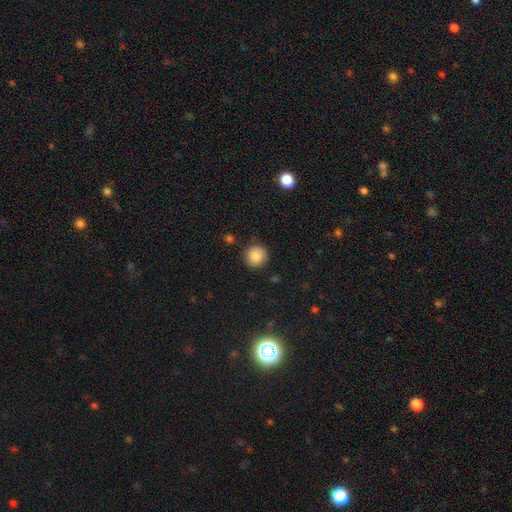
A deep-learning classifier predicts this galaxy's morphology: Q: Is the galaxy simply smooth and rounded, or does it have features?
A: smooth — 86%.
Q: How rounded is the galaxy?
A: round — 93%.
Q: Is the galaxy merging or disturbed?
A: none — 87%.